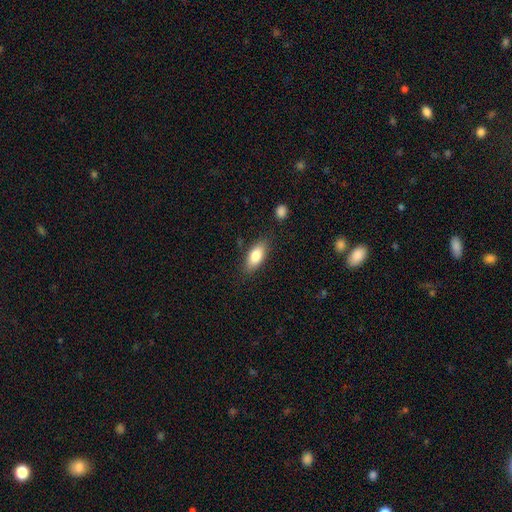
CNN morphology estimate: This is clearly a smooth galaxy (81%). How rounded: clearly in between (84%). Merging: clearly none (81%).